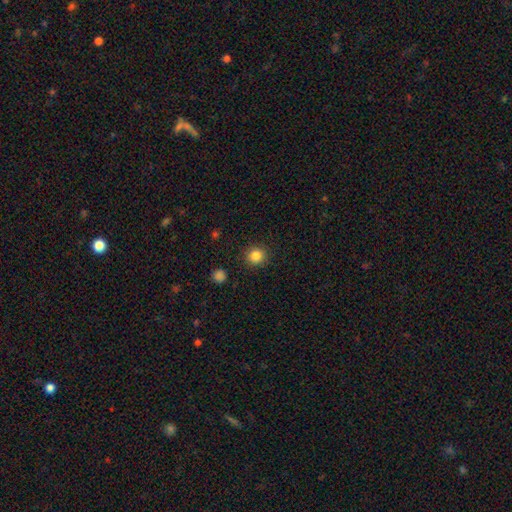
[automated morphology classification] This appears to be a smooth galaxy with no disk features (85%) that is round (91%). Merging: none (91%).